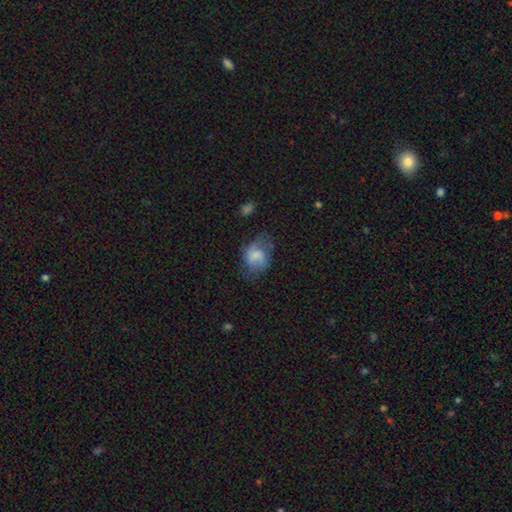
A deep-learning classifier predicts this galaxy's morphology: A smooth galaxy with no disk features (52%) that is in between round and cigar-shaped (61%). Merging: none (39%).